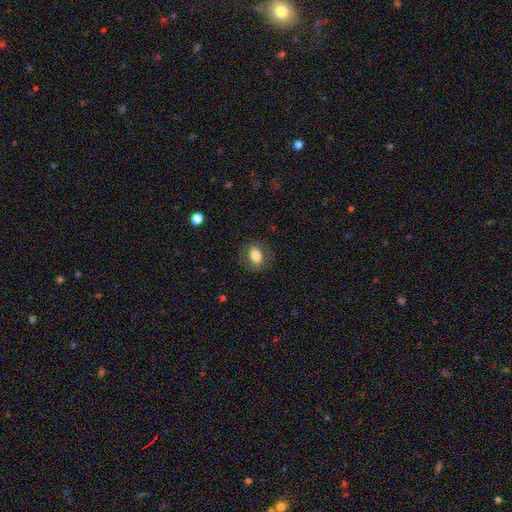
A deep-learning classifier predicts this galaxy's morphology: smooth_or_featured: smooth (p=0.71) [alt: featured or disk p=0.21]
how_rounded: in between (p=0.76) [alt: round p=0.22]
merging: none (p=0.79) [alt: minor disturbance p=0.13]